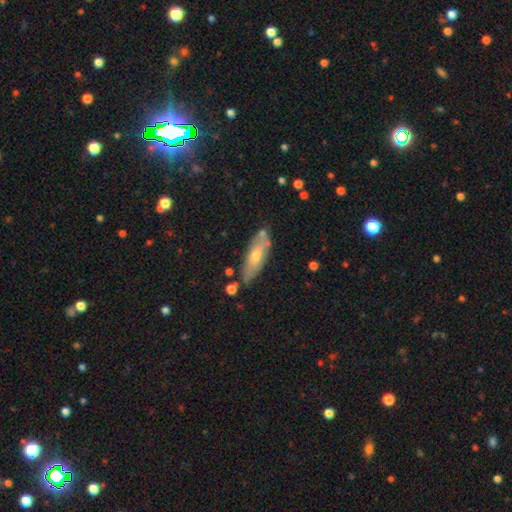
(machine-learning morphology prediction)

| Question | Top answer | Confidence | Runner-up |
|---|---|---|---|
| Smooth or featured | smooth | 52% | featured or disk (41%) |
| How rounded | in between | 59% | cigar-shaped (39%) |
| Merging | none | 70% | minor disturbance (19%) |